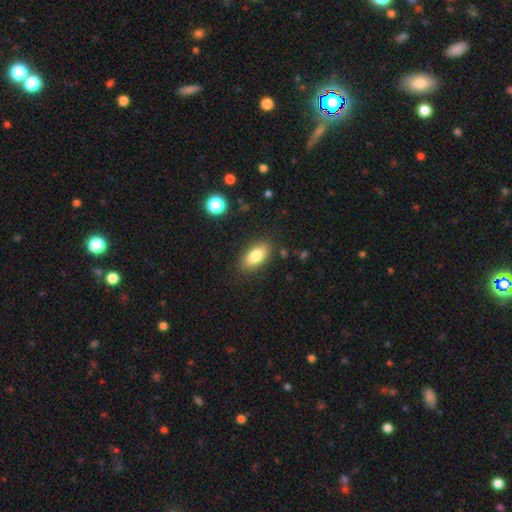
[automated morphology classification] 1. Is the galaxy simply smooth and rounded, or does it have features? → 79% smooth, 13% featured or disk, 8% star or artifact.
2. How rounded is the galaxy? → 86% in between, 10% cigar-shaped, 4% round.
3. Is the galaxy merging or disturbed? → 86% none, 10% minor disturbance, 3% major disturbance, 2% merger.